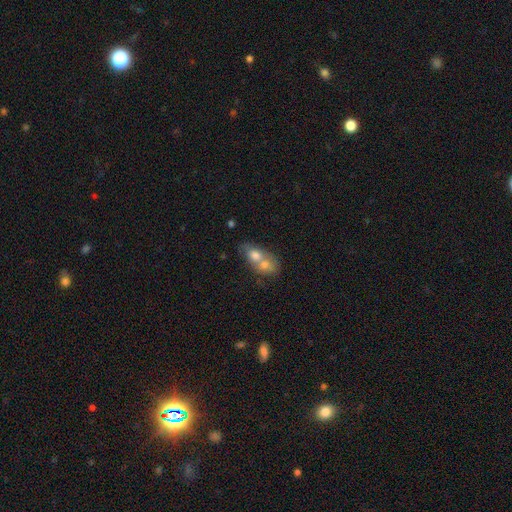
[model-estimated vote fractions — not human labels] Smooth or featured? Predicted: smooth (p=0.67). How rounded? Predicted: in between (p=0.63). Merging? Predicted: merger (p=0.74).